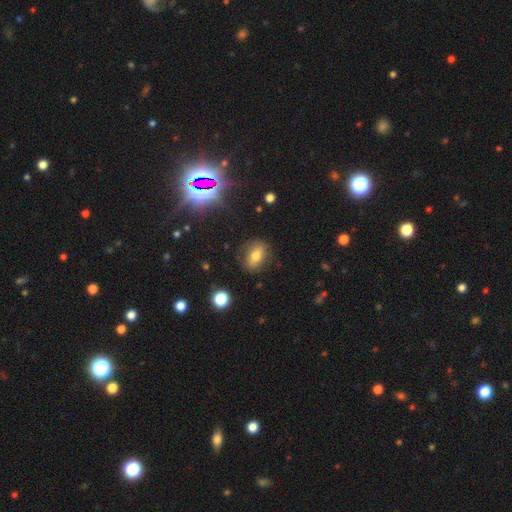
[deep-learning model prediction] A smooth galaxy with no disk features (67%) that is in between round and cigar-shaped (73%).

Vote fractions:
- Smooth or featured? smooth: 67% / featured or disk: 20% / star or artifact: 14%
- How rounded? in between: 73% / round: 22% / cigar-shaped: 5%
- Merging? none: 82% / minor disturbance: 13% / major disturbance: 4% / merger: 2%